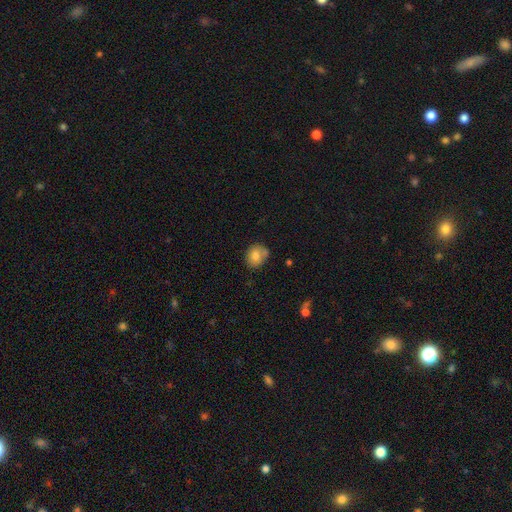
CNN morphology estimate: Smooth or featured? smooth (78%)
How rounded? round (70%)
Merging? none (67%)